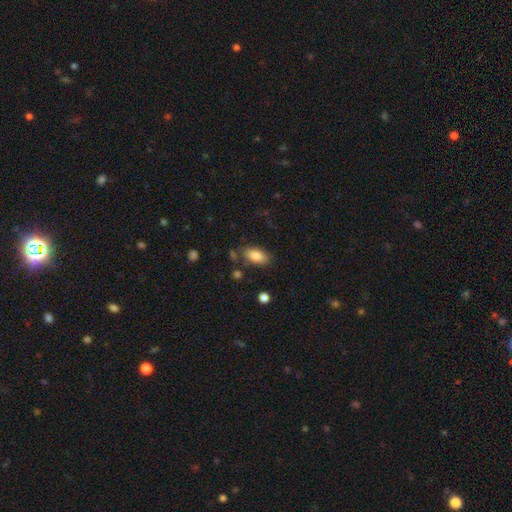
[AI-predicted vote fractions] smooth-or-featured: smooth: 84% | featured or disk: 8% | star or artifact: 7%
  how-rounded: in between: 91% | cigar-shaped: 5% | round: 4%
  merging: none: 77% | minor disturbance: 14% | merger: 5% | major disturbance: 4%